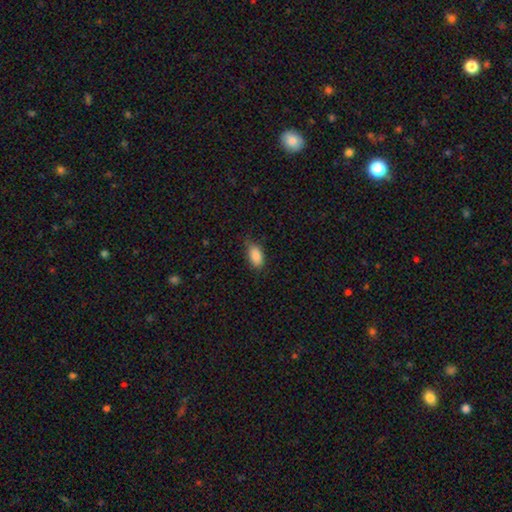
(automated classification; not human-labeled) Overall: smooth (87%). How rounded: in between (92%). Merging: none (70%).